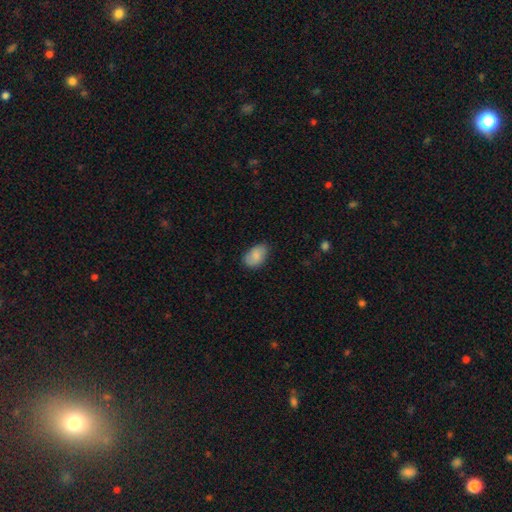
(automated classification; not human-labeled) The model was most divided on "merging": none: 71%, minor disturbance: 23%, major disturbance: 5%, merger: 1%. More confident: how rounded — in between (87%); smooth or featured — smooth (81%).